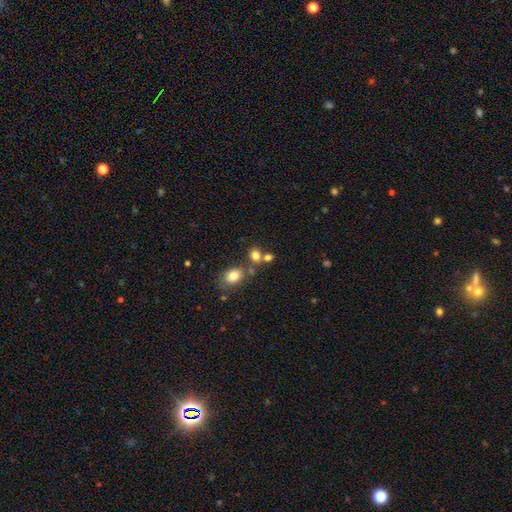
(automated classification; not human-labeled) This appears to be a smooth galaxy with no disk features (79%) that is round (51%). Merging: none (54%).